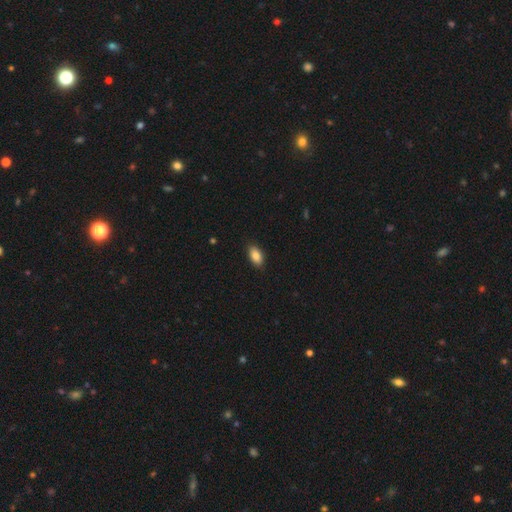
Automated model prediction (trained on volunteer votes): smooth 86%, star or artifact 7%, featured or disk 7%. Down the decision tree: how rounded — in between (92%); merging — none (88%).